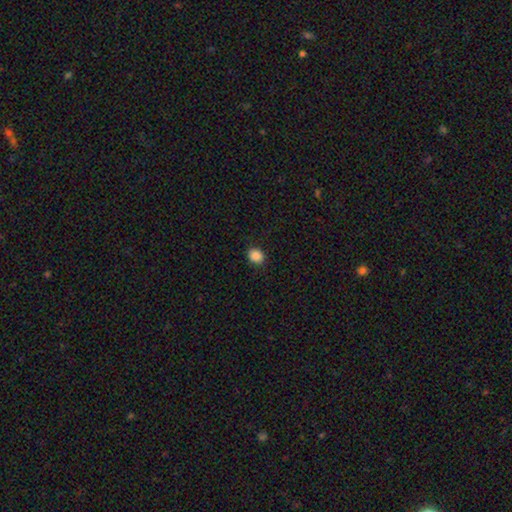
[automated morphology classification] Smooth or featured? smooth (87%)
How rounded? round (63%)
Merging? none (88%)